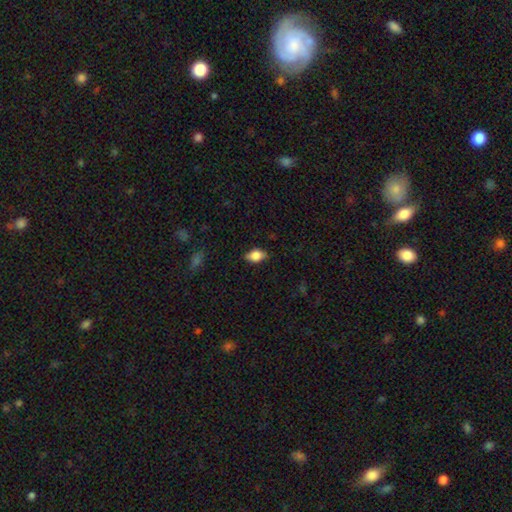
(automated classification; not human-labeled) A smooth galaxy with no disk features (78%) that is in between round and cigar-shaped (85%).

Vote fractions:
- Smooth or featured? smooth: 78% / featured or disk: 13% / star or artifact: 8%
- How rounded? in between: 85% / round: 10% / cigar-shaped: 5%
- Merging? none: 81% / minor disturbance: 15% / major disturbance: 3% / merger: 1%